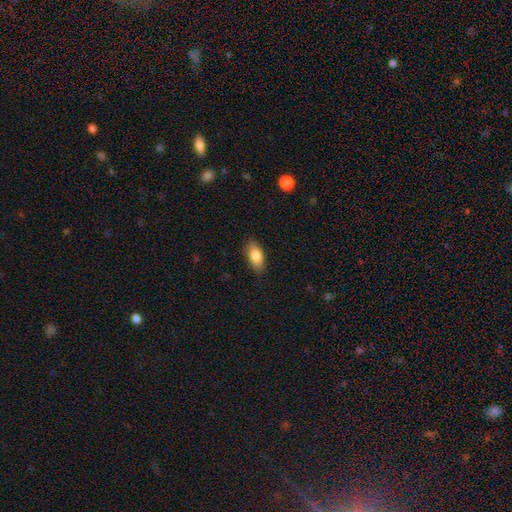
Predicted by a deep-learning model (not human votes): Morphology: type=smooth (84%); roundness=in between (88%); merging=none (85%).